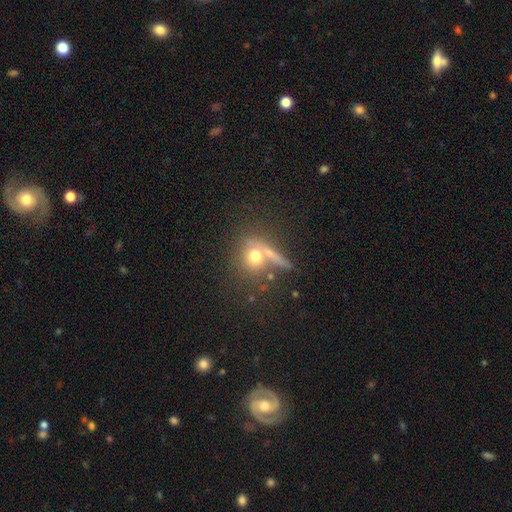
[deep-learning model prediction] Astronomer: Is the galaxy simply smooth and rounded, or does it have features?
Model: smooth — 67%.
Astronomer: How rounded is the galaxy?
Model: round — 81%.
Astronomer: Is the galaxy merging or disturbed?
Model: none — 51% (runner-up: merger, 28%).